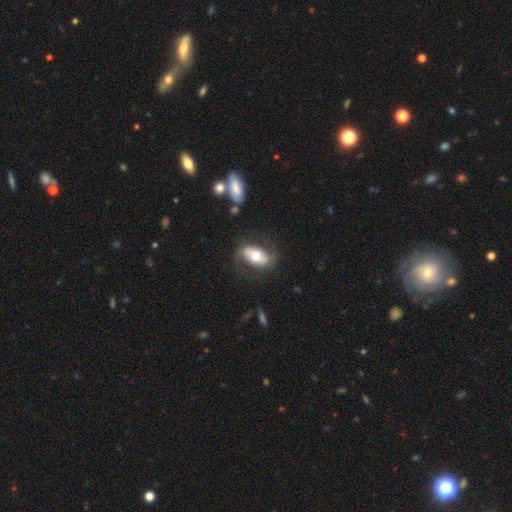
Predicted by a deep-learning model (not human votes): smooth-or-featured: featured or disk: 55% | smooth: 39% | star or artifact: 6%
  disk-edge-on: no: 89% | yes: 11%
  merging: none: 68% | minor disturbance: 17% | major disturbance: 12% | merger: 3%